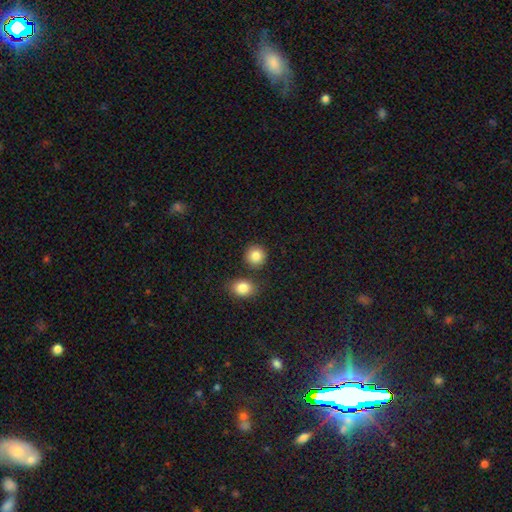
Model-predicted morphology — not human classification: type=smooth (85%); roundness=round (88%); merging=none (82%).